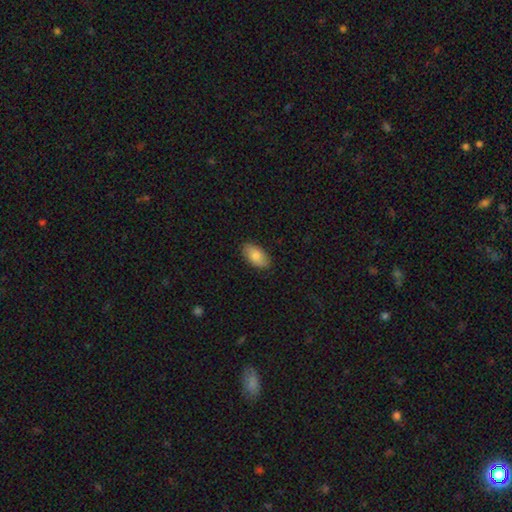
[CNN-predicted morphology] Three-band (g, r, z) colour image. It shows a smooth galaxy with no disk features (84%) that is in between round and cigar-shaped (94%). Merging: none (88%).